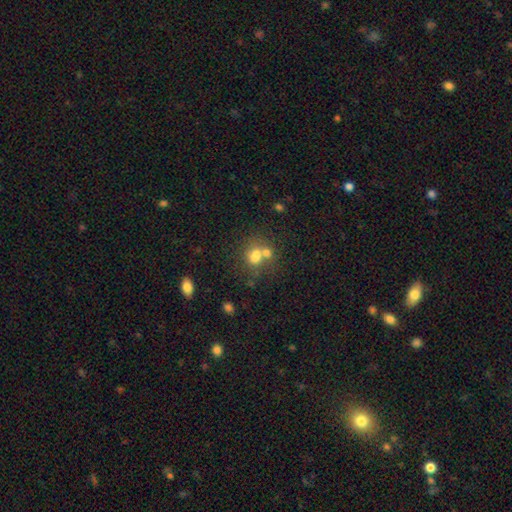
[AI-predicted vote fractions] This is likely a smooth galaxy (69%). How rounded: possibly round (56%). Merging: possibly merger (49%).